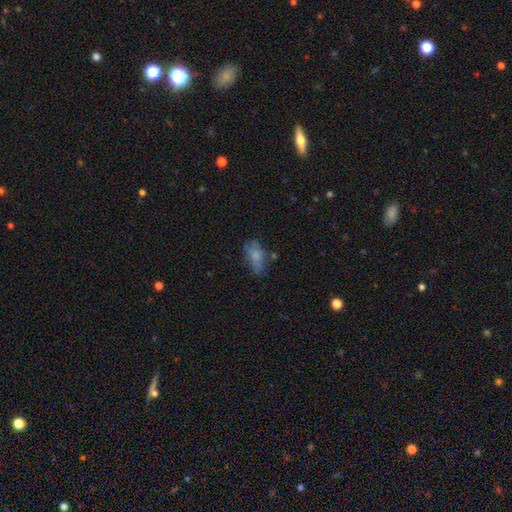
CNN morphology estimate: Smooth or featured? smooth (67%)
How rounded? in between (86%)
Merging? none (51%)